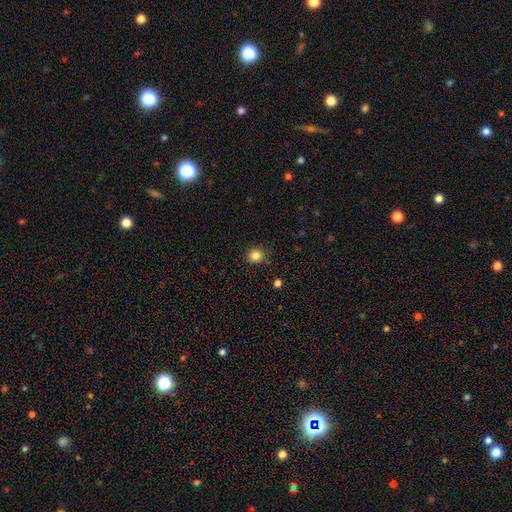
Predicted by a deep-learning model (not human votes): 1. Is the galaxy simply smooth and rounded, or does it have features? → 84% smooth, 12% star or artifact, 4% featured or disk.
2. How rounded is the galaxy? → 85% round, 14% in between, 1% cigar-shaped.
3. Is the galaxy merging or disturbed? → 86% none, 10% minor disturbance, 2% major disturbance, 1% merger.